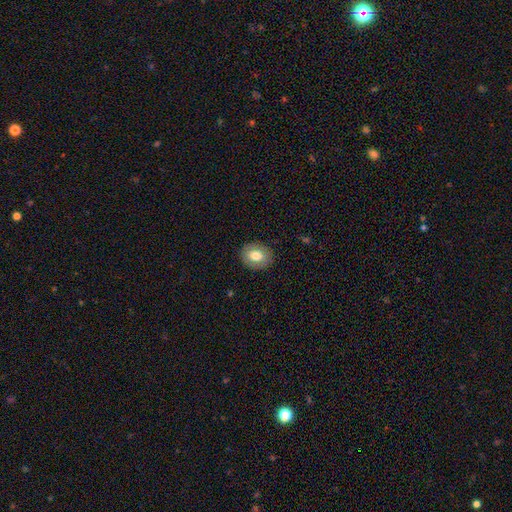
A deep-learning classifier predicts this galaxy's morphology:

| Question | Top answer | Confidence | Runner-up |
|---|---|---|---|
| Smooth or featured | smooth | 75% | featured or disk (17%) |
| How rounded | in between | 53% | round (46%) |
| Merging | none | 87% | minor disturbance (10%) |